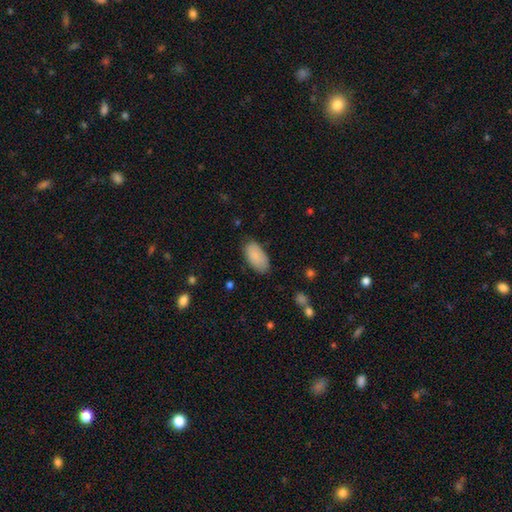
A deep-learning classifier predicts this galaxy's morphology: smooth_or_featured: smooth (p=0.88) [alt: star or artifact p=0.06]
how_rounded: in between (p=0.94) [alt: cigar-shaped p=0.03]
merging: none (p=0.80) [alt: minor disturbance p=0.16]